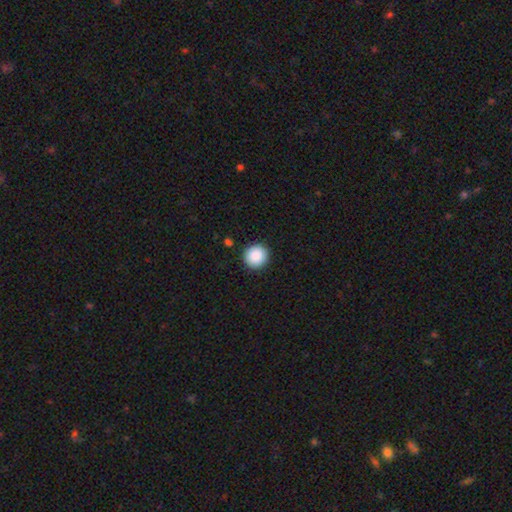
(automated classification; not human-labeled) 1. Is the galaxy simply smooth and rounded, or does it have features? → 89% smooth, 8% star or artifact, 3% featured or disk.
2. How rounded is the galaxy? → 94% round, 5% in between, 1% cigar-shaped.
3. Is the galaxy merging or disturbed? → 91% none, 6% minor disturbance, 2% major disturbance, 1% merger.